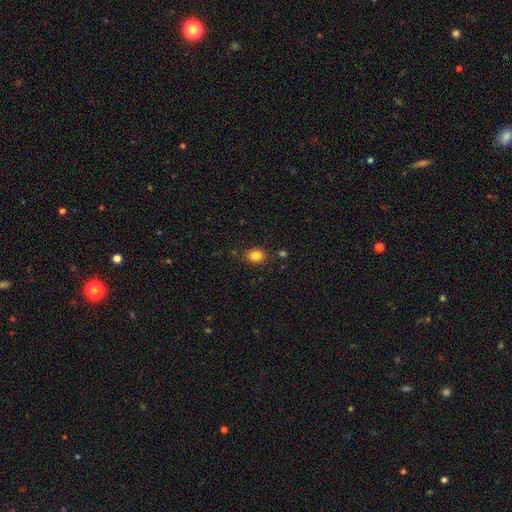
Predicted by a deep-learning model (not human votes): Smooth or featured? smooth (83%)
How rounded? round (51%)
Merging? none (84%)